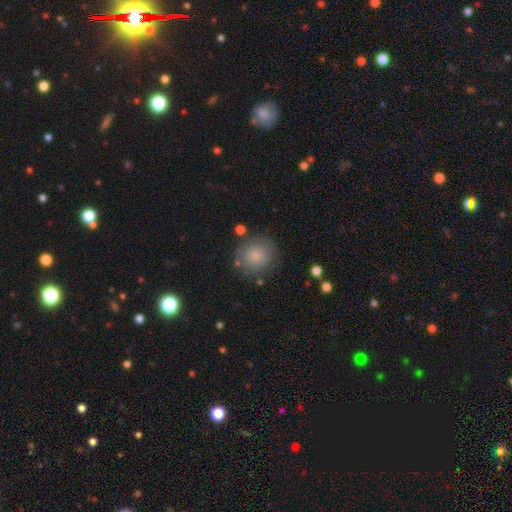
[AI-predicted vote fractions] Smooth or featured?
  - smooth: 83% *
  - star or artifact: 9%
  - featured or disk: 9%
How rounded?
  - round: 88% *
  - in between: 11%
  - cigar-shaped: 1%
Merging?
  - none: 80% *
  - minor disturbance: 12%
  - major disturbance: 5%
  - merger: 3%